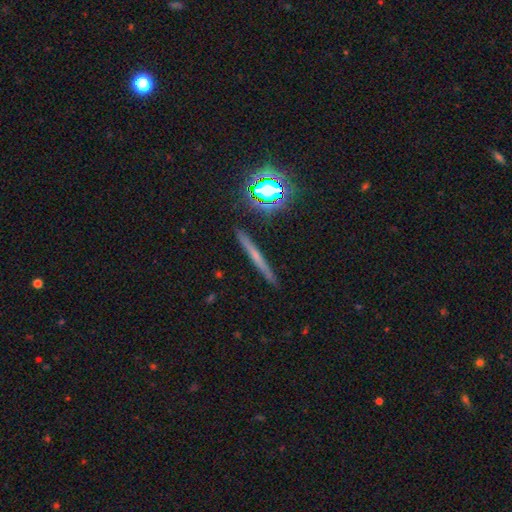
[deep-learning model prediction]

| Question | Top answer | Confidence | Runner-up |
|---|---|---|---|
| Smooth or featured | featured or disk | 45% | smooth (39%) |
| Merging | none | 91% | minor disturbance (6%) |